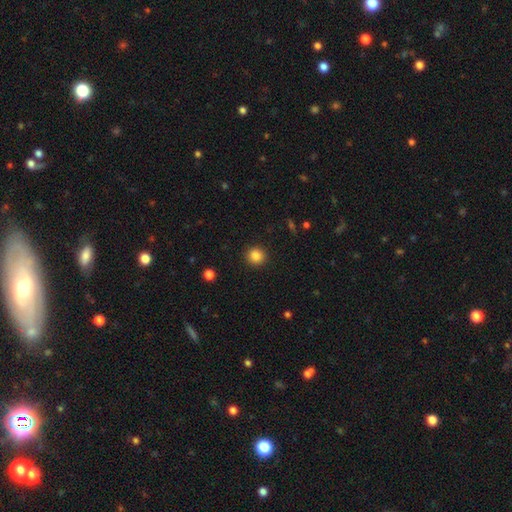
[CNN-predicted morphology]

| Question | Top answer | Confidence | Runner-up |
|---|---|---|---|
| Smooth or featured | smooth | 85% | star or artifact (11%) |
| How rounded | round | 93% | in between (6%) |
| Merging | none | 92% | minor disturbance (5%) |